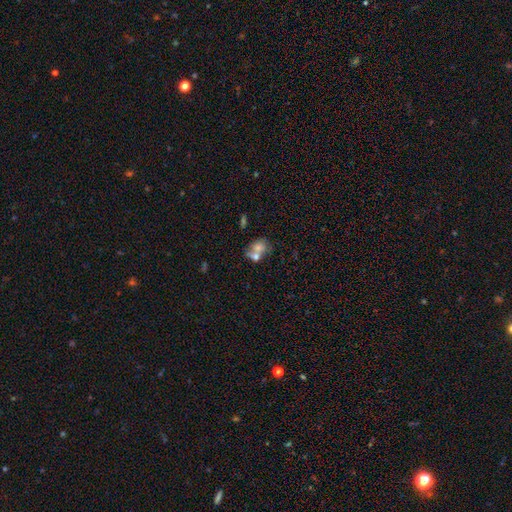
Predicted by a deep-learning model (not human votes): The model was most divided on "how rounded": in between: 55%, round: 43%, cigar-shaped: 2%. More confident: smooth or featured — smooth (65%); merging — merger (62%).